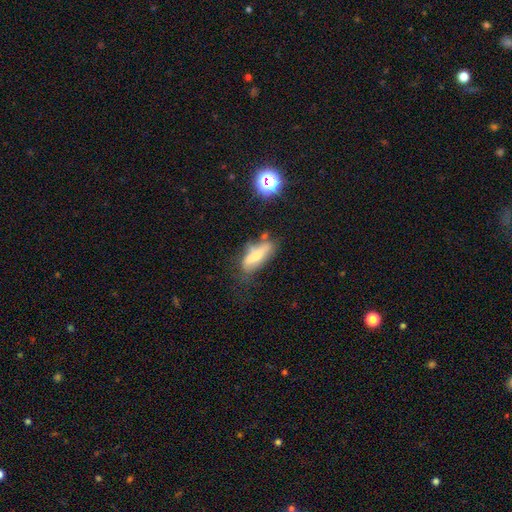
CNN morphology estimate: Smooth or featured?
  - smooth: 57% *
  - featured or disk: 34%
  - star or artifact: 9%
How rounded?
  - in between: 57% *
  - cigar-shaped: 40%
  - round: 3%
Merging?
  - none: 49% *
  - minor disturbance: 29%
  - major disturbance: 13%
  - merger: 9%